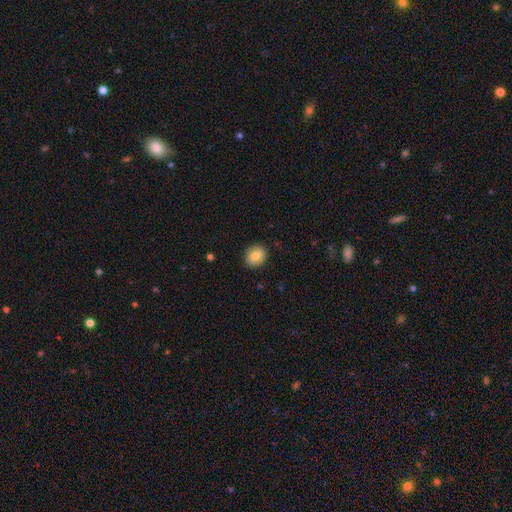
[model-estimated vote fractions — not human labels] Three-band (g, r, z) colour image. It shows a smooth galaxy with no disk features (83%) that is round (75%). Merging: none (89%).